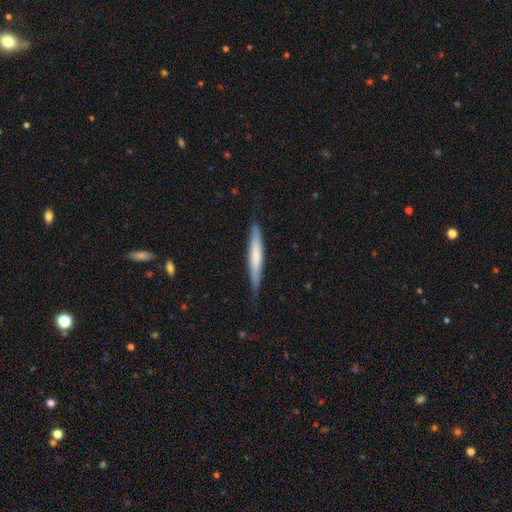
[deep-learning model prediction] smooth_or_featured: smooth (p=0.60) [alt: featured or disk p=0.35]
how_rounded: cigar-shaped (p=0.94) [alt: in between p=0.05]
merging: none (p=0.82) [alt: minor disturbance p=0.15]